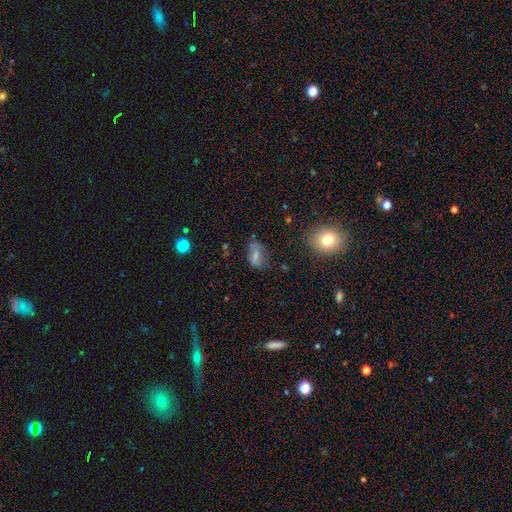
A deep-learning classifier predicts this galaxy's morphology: Smooth or featured? smooth (61%)
How rounded? in between (83%)
Merging? none (53%)